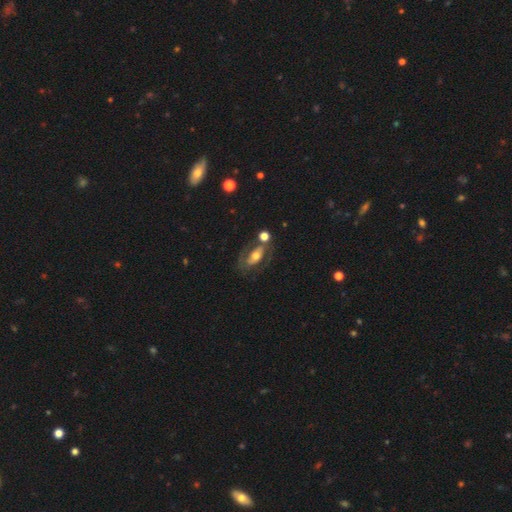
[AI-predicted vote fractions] Smooth or featured? featured or disk (56%)
Edge-on disk? no (88%)
Merging? none (53%)